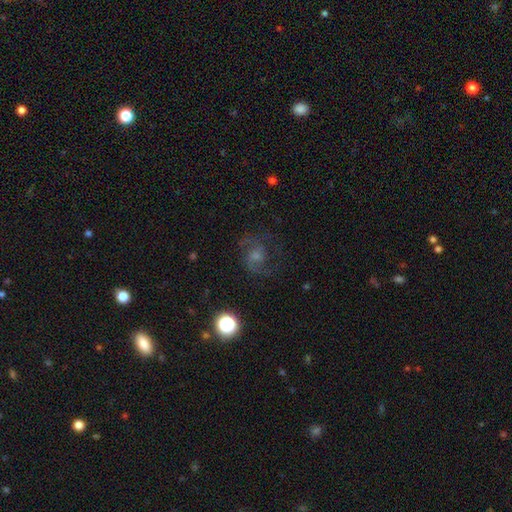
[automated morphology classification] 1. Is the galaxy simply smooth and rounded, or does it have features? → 71% featured or disk, 15% star or artifact, 14% smooth.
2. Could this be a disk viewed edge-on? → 98% no, 2% yes.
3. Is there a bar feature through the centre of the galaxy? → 62% no, 33% weak, 5% strong.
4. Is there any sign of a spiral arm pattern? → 94% yes, 6% no.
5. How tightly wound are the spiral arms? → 57% medium, 22% loose, 22% tight.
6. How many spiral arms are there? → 76% 2, 10% can't tell, 5% 3, 5% 1, 2% 4, 2% more than 4.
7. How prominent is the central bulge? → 43% small, 41% moderate, 9% none, 5% large, 2% dominant.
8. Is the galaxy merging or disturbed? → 71% none, 15% minor disturbance, 12% major disturbance, 2% merger.